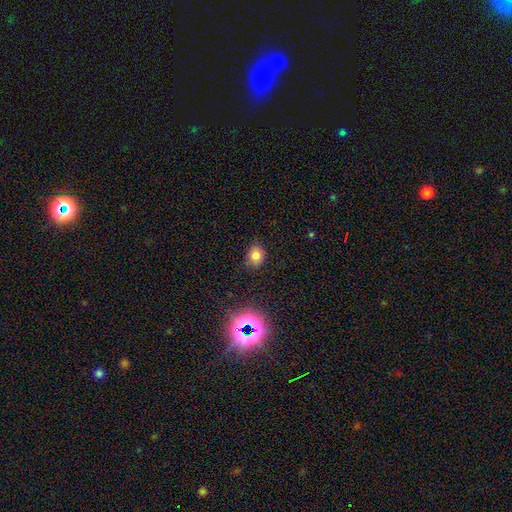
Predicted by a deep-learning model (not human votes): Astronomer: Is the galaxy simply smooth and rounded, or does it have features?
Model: smooth — 78%.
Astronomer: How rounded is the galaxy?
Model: round — 54% (runner-up: in between, 45%).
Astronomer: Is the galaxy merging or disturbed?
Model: none — 81%.